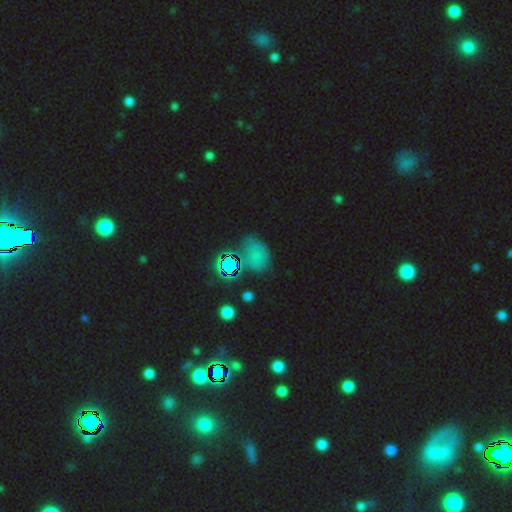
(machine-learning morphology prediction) The model was most divided on "smooth or featured" (2-way tie): smooth: 45%, star or artifact: 45%, featured or disk: 10%. More confident: merging — none (58%).